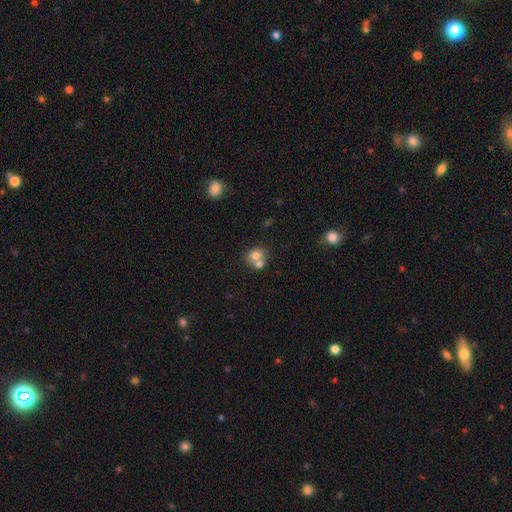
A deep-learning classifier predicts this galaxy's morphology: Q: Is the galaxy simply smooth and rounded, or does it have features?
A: smooth — 74%.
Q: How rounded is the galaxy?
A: round — 70%.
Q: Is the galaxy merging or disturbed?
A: merger — 54%.